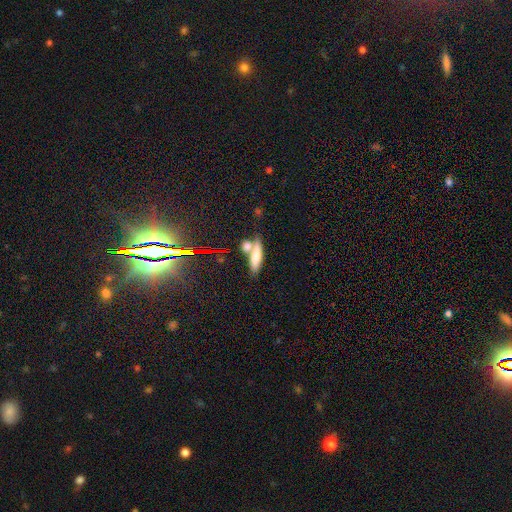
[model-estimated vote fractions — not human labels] Smooth or featured? smooth (70%)
How rounded? cigar-shaped (61%)
Merging? none (51%)